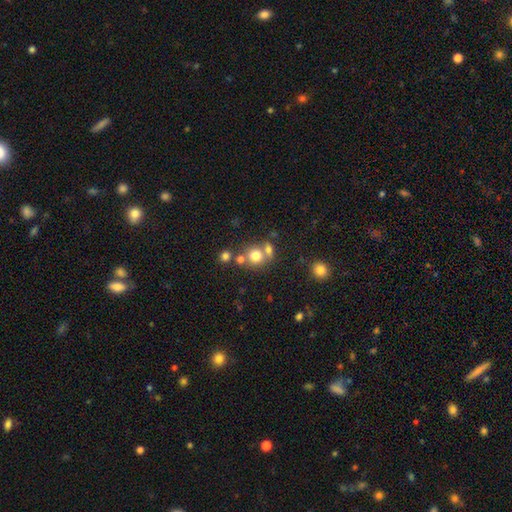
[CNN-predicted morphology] Overall: smooth (74%). How rounded: round (83%). Merging: none (54%; merger 33%).